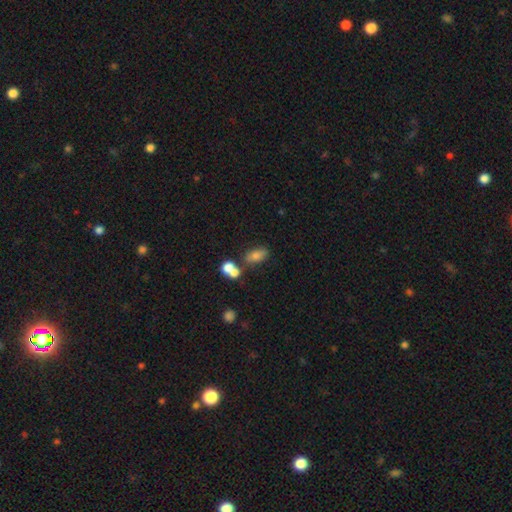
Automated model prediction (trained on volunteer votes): Smooth or featured: smooth — 74% (featured or disk — 14%)
How rounded: in between — 83% (round — 13%)
Merging: none — 55% (merger — 25%)